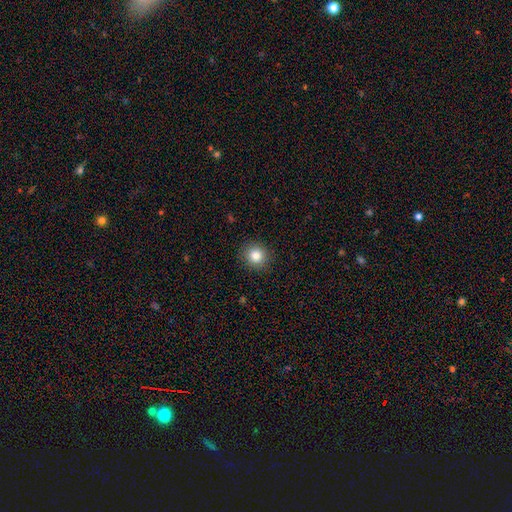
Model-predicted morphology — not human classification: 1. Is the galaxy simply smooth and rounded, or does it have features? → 83% smooth, 11% star or artifact, 6% featured or disk.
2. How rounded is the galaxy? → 91% round, 8% in between, 1% cigar-shaped.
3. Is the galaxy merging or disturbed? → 91% none, 6% minor disturbance, 2% major disturbance, 1% merger.